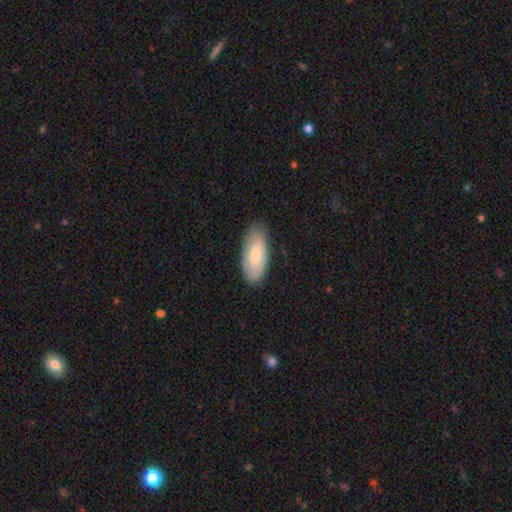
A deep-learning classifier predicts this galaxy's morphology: smooth 73%, featured or disk 21%, star or artifact 5%. Down the decision tree: how rounded — in between (89%); merging — none (78%).